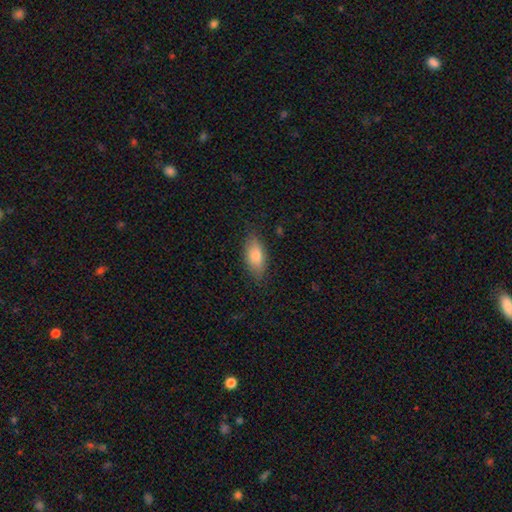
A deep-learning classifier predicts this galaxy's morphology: Smooth or featured: smooth — 78% (featured or disk — 15%)
How rounded: in between — 84% (cigar-shaped — 13%)
Merging: none — 82% (minor disturbance — 14%)